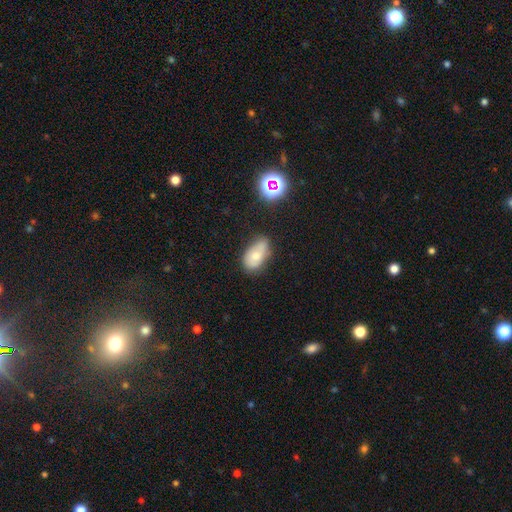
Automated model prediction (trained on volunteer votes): Smooth or featured?
  - smooth: 66% *
  - featured or disk: 23%
  - star or artifact: 11%
How rounded?
  - in between: 89% *
  - round: 8%
  - cigar-shaped: 2%
Merging?
  - none: 51% *
  - minor disturbance: 32%
  - merger: 9%
  - major disturbance: 8%